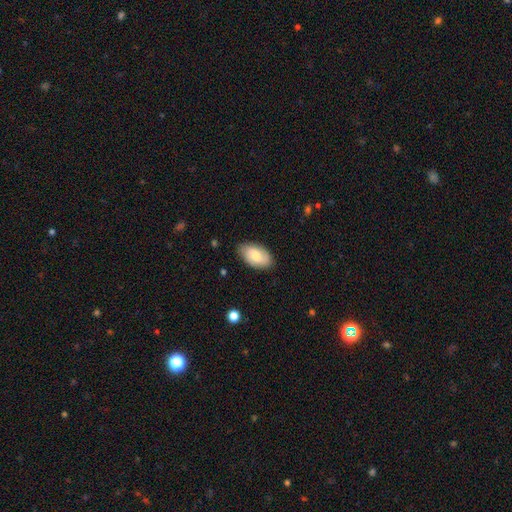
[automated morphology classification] smooth 68%, featured or disk 25%, star or artifact 6%. Down the decision tree: how rounded — in between (94%); merging — none (81%).